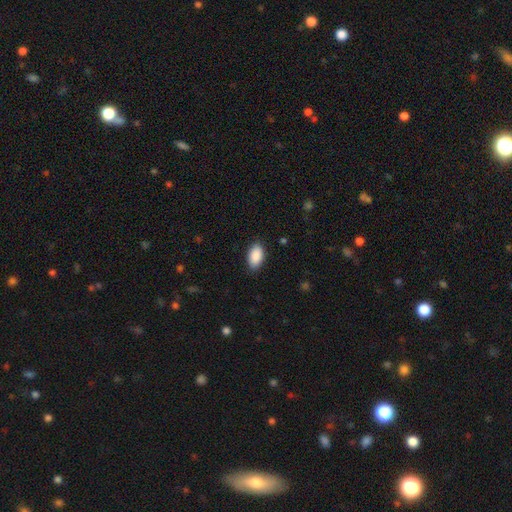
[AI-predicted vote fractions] smooth-or-featured: smooth: 90% | star or artifact: 6% | featured or disk: 3%
  how-rounded: in between: 95% | round: 3% | cigar-shaped: 2%
  merging: none: 87% | minor disturbance: 10% | major disturbance: 2% | merger: 1%